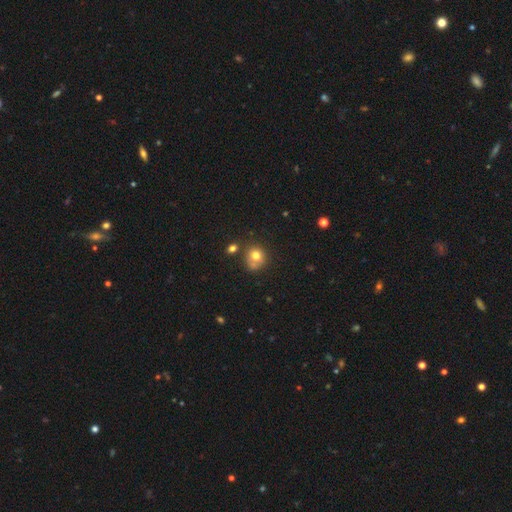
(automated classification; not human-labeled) Smooth or featured? Predicted: smooth (p=0.73). How rounded? Predicted: round (p=0.76). Merging? Predicted: none (p=0.48).